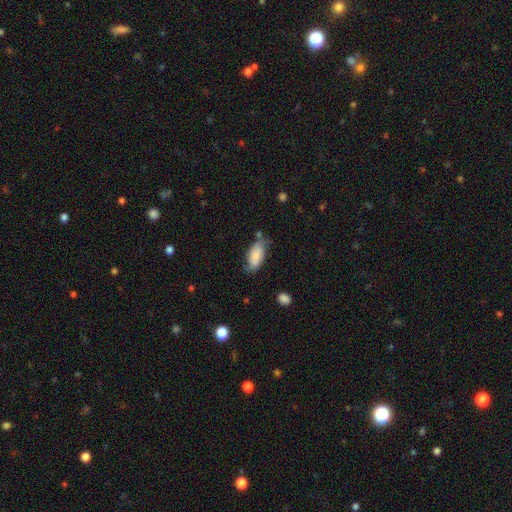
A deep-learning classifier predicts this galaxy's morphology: smooth 80%, featured or disk 14%, star or artifact 7%. Down the decision tree: how rounded — in between (88%); merging — none (61%).